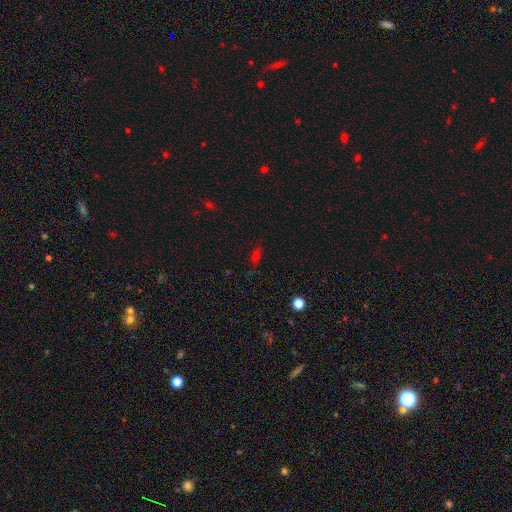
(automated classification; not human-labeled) This appears to be a smooth galaxy with no disk features (58%) that is in between round and cigar-shaped (64%). Merging: none (76%).